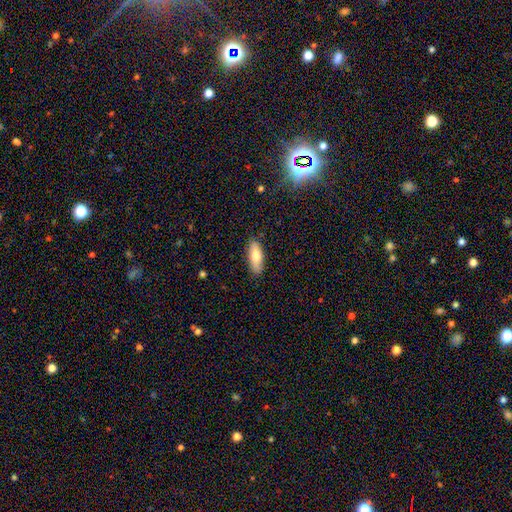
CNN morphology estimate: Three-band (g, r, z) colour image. It shows a smooth galaxy with no disk features (78%) that is in between round and cigar-shaped (68%). Merging: none (86%).